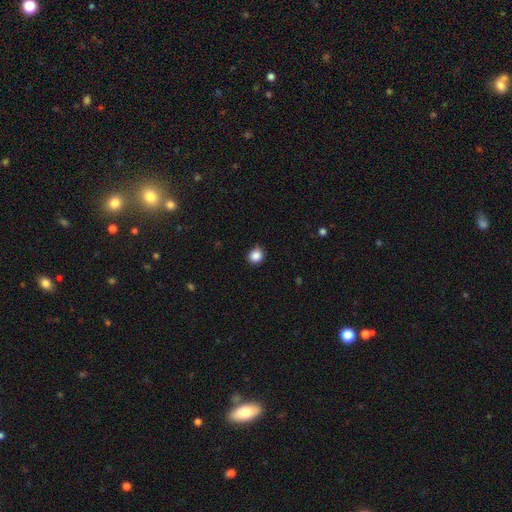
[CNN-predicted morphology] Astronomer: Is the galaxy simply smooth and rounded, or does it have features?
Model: smooth — 87%.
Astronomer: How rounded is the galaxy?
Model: round — 84%.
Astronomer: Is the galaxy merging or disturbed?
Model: none — 84%.